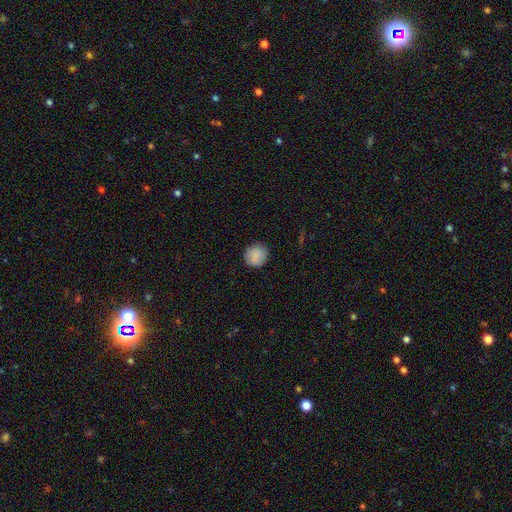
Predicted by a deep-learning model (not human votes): Smooth or featured?
  - smooth: 85% *
  - star or artifact: 8%
  - featured or disk: 7%
How rounded?
  - round: 92% *
  - in between: 7%
  - cigar-shaped: 1%
Merging?
  - none: 88% *
  - minor disturbance: 9%
  - major disturbance: 2%
  - merger: 1%